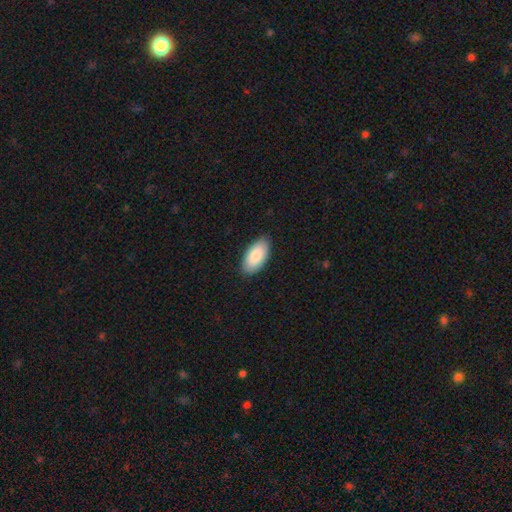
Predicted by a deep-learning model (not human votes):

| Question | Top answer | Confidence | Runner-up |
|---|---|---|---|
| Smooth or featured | smooth | 87% | featured or disk (7%) |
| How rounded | in between | 95% | cigar-shaped (3%) |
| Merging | none | 87% | minor disturbance (10%) |